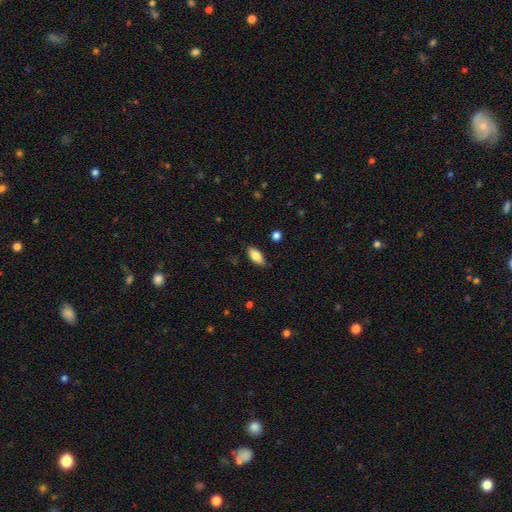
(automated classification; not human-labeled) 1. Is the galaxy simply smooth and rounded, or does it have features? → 80% smooth, 13% featured or disk, 7% star or artifact.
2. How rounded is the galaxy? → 85% in between, 13% cigar-shaped, 3% round.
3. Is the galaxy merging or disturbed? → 82% none, 14% minor disturbance, 3% major disturbance, 1% merger.